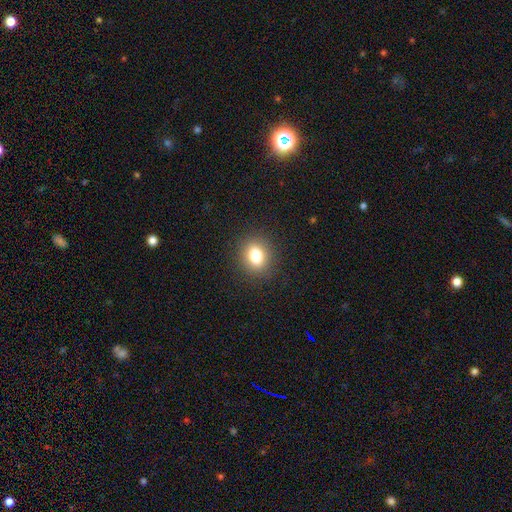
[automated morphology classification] smooth_or_featured: smooth (p=0.79) [alt: star or artifact p=0.12]
how_rounded: round (p=0.51) [alt: in between p=0.48]
merging: none (p=0.89) [alt: minor disturbance p=0.07]